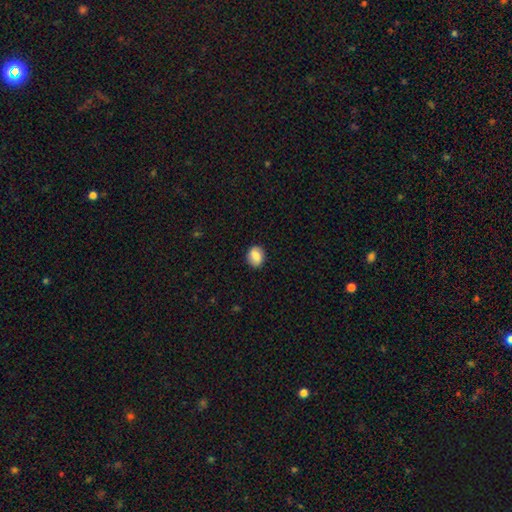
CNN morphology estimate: Smooth or featured? smooth (81%)
How rounded? round (51%)
Merging? none (87%)